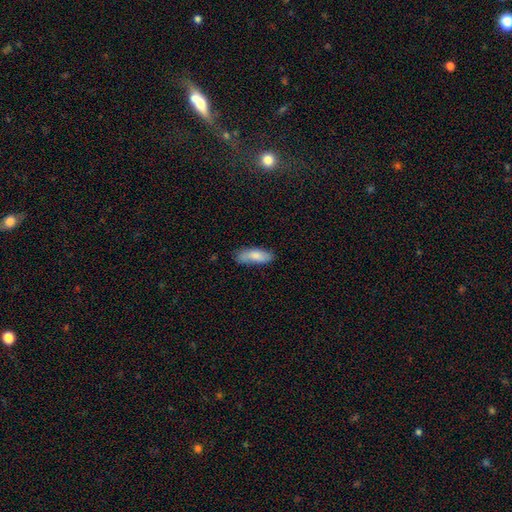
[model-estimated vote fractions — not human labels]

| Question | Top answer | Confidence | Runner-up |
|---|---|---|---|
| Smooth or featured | smooth | 77% | featured or disk (17%) |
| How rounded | in between | 70% | cigar-shaped (28%) |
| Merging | none | 68% | minor disturbance (25%) |